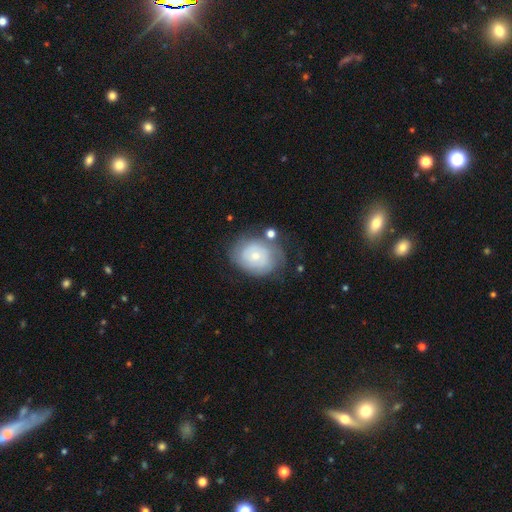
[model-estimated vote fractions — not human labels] Smooth or featured: featured or disk — 52% (smooth — 41%)
Edge-on disk: no — 97% (yes — 3%)
Bar: no — 81% (weak — 16%)
Spiral arms: yes — 70% (no — 30%)
Bulge size: small — 57% (moderate — 37%)
Merging: none — 62% (minor disturbance — 23%)